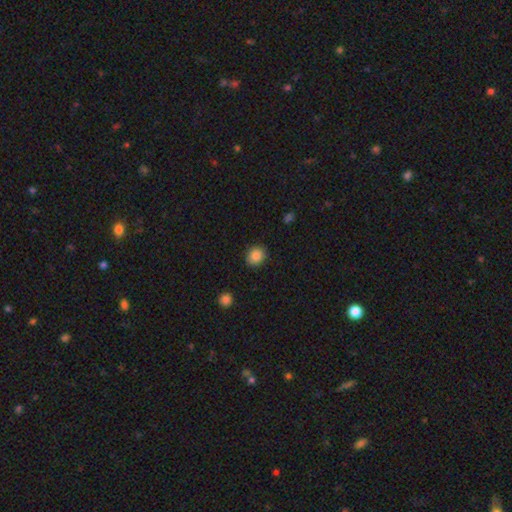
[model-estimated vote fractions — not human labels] This appears to be a smooth galaxy with no disk features (87%) that is round (75%). Merging: none (87%).